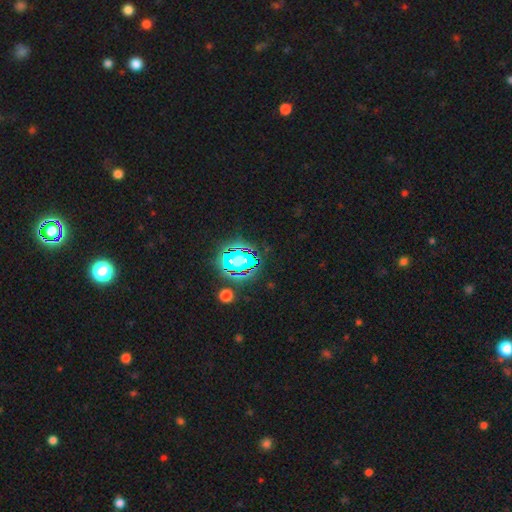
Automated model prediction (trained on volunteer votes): smooth-or-featured: star or artifact: 82% | smooth: 11% | featured or disk: 7%